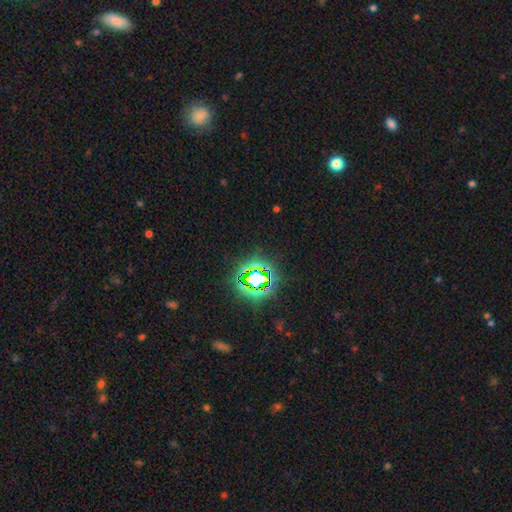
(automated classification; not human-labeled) Overall: star or artifact (72%).